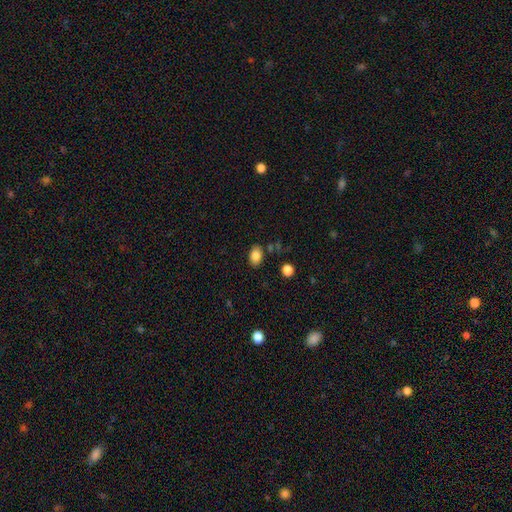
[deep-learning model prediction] Smooth or featured? smooth (85%)
How rounded? in between (82%)
Merging? none (82%)